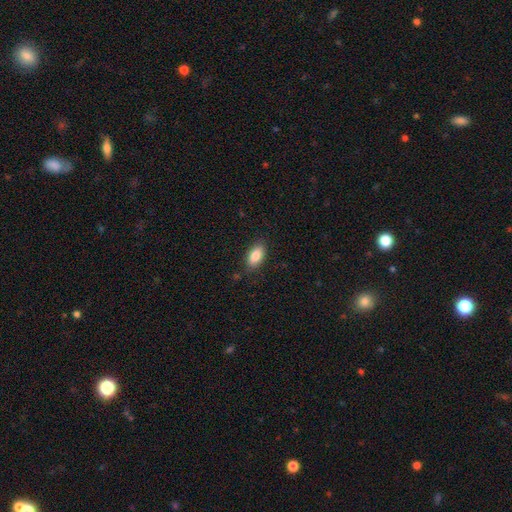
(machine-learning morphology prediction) A smooth galaxy with no disk features (85%) that is in between round and cigar-shaped (90%).

Vote fractions:
- Smooth or featured? smooth: 85% / featured or disk: 8% / star or artifact: 7%
- How rounded? in between: 90% / cigar-shaped: 6% / round: 3%
- Merging? none: 85% / minor disturbance: 12% / major disturbance: 3% / merger: 1%